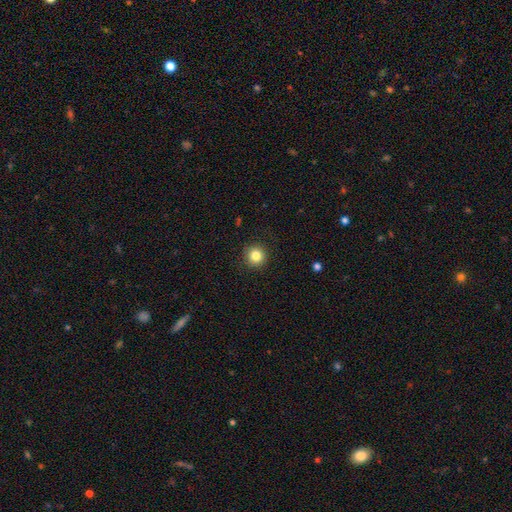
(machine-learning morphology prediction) Smooth or featured: smooth — 83% (star or artifact — 11%)
How rounded: round — 94% (in between — 5%)
Merging: none — 92% (minor disturbance — 6%)